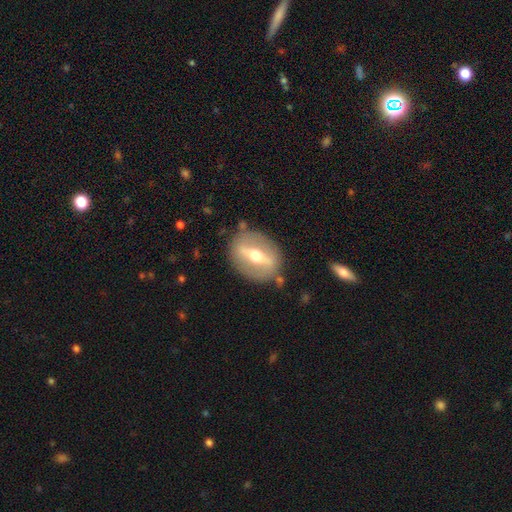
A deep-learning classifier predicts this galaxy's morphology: featured or disk 71%, smooth 23%, star or artifact 6%. Down the decision tree: edge-on disk — no (68%); merging — none (83%).